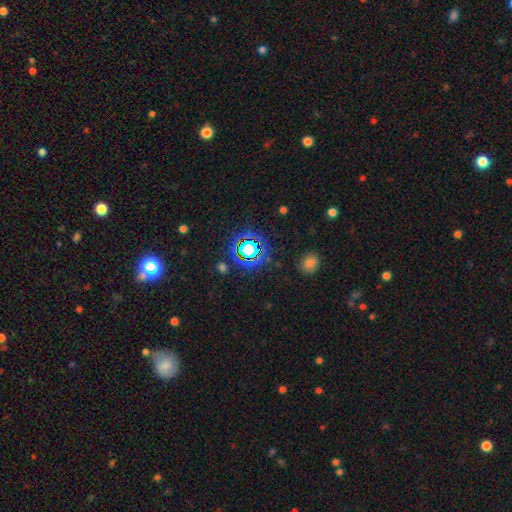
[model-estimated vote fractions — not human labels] Overall: star or artifact (76%).